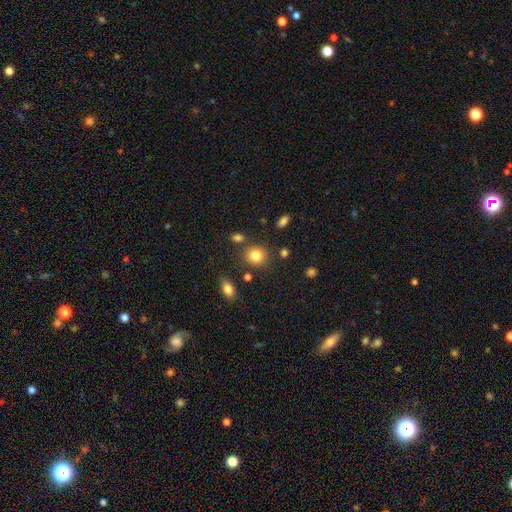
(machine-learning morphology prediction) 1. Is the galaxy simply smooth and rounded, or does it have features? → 82% smooth, 11% star or artifact, 7% featured or disk.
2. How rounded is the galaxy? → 79% round, 20% in between, 1% cigar-shaped.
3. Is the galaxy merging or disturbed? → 80% none, 10% minor disturbance, 6% merger, 3% major disturbance.